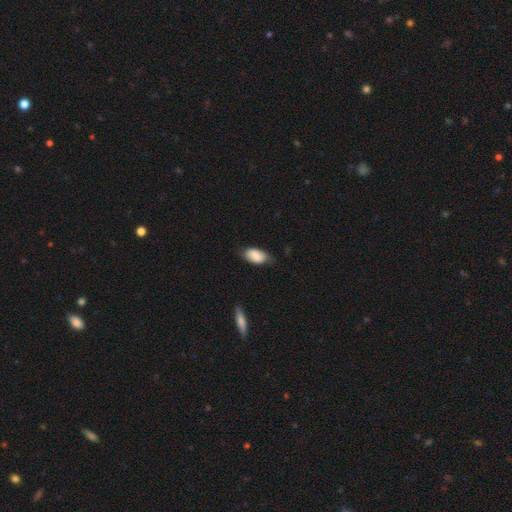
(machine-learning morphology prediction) A smooth galaxy with no disk features (84%) that is in between round and cigar-shaped (92%).

Vote fractions:
- Smooth or featured? smooth: 84% / featured or disk: 10% / star or artifact: 7%
- How rounded? in between: 92% / round: 4% / cigar-shaped: 4%
- Merging? none: 65% / minor disturbance: 28% / major disturbance: 6% / merger: 2%